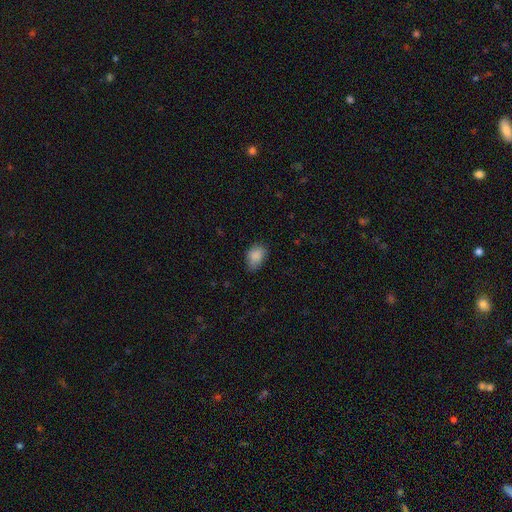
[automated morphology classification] Smooth or featured? smooth (87%)
How rounded? in between (83%)
Merging? none (67%)